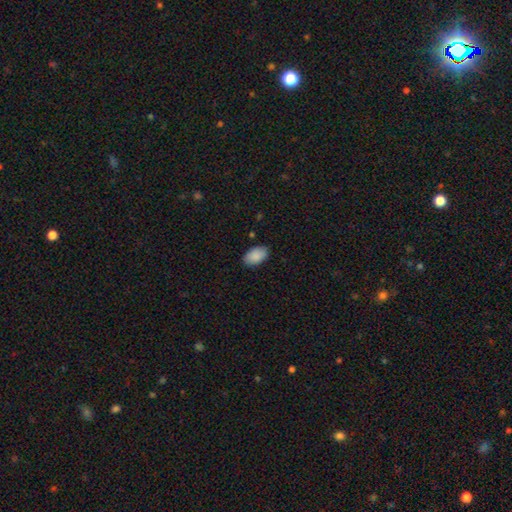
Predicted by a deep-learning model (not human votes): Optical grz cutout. It shows a smooth galaxy with no disk features (89%) that is in between round and cigar-shaped (94%). Merging: none (86%).